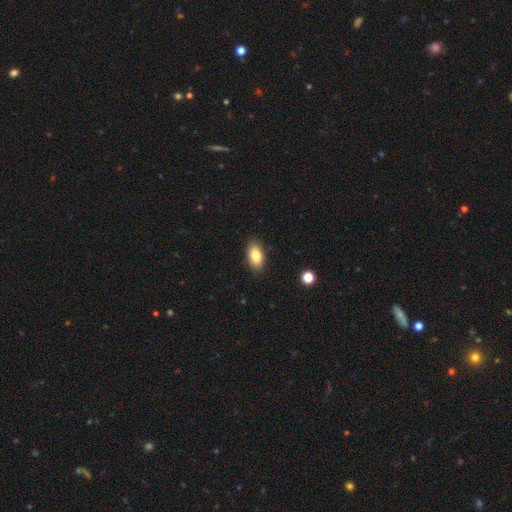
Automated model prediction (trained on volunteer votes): Morphology: type=smooth (83%); roundness=in between (92%); merging=none (87%).